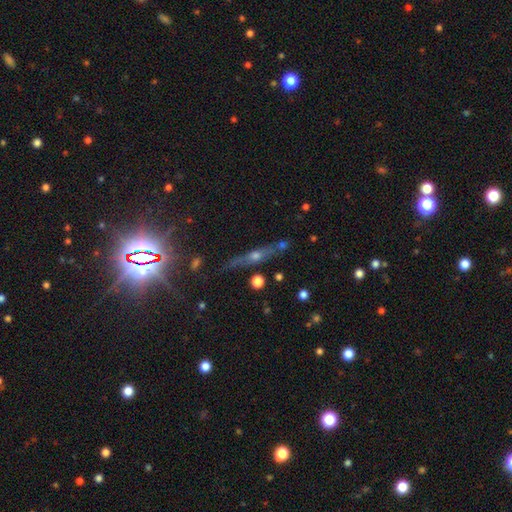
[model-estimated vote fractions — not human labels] Smooth or featured? Predicted: featured or disk (p=0.61). Edge-on disk? Predicted: yes (p=0.90). Edge-on bulge? Predicted: rounded (p=0.86). Merging? Predicted: none (p=0.76).